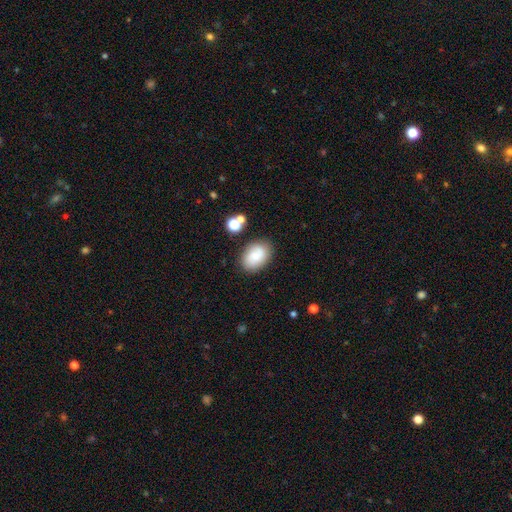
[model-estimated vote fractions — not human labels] Smooth or featured? Predicted: smooth (p=0.76). How rounded? Predicted: in between (p=0.80). Merging? Predicted: none (p=0.77).